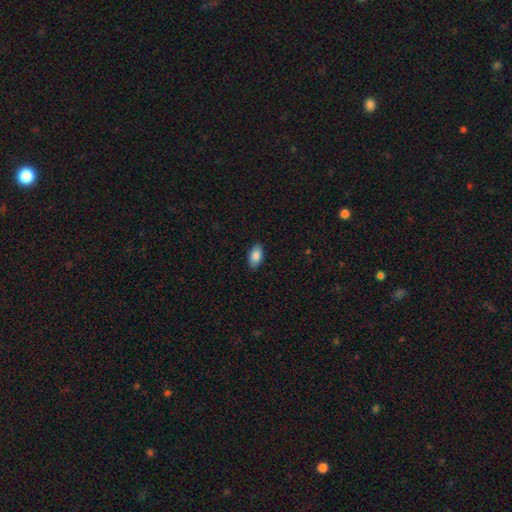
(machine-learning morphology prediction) This is clearly a smooth galaxy (86%). How rounded: clearly in between (94%). Merging: clearly none (89%).